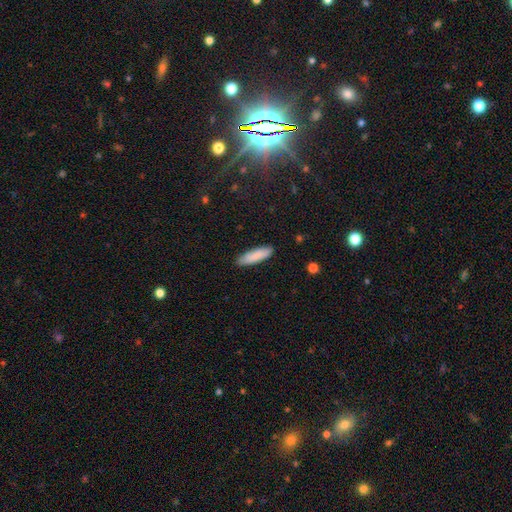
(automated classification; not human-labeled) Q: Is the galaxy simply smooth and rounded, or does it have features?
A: smooth — 85%.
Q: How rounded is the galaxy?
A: cigar-shaped — 61%.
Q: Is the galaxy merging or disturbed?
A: none — 87%.